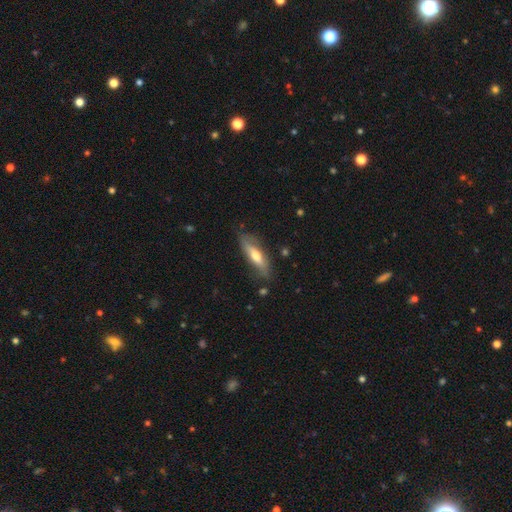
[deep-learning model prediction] Smooth or featured? smooth (53%)
How rounded? cigar-shaped (62%)
Merging? none (74%)